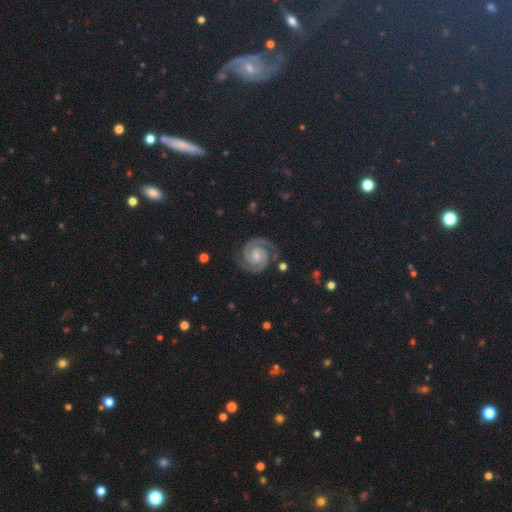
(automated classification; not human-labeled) Q: Smooth or featured?
A: featured or disk (79%); runner-up: star or artifact (14%)
Q: Edge-on disk?
A: no (98%); runner-up: yes (2%)
Q: Bar?
A: no (63%); runner-up: weak (27%)
Q: Spiral arms?
A: yes (98%); runner-up: no (2%)
Q: Spiral winding?
A: tight (70%); runner-up: medium (25%)
Q: Spiral arm count?
A: 2 (92%); runner-up: 3 (2%)
Q: Bulge size?
A: small (48%); runner-up: moderate (39%)
Q: Merging?
A: none (86%); runner-up: minor disturbance (9%)